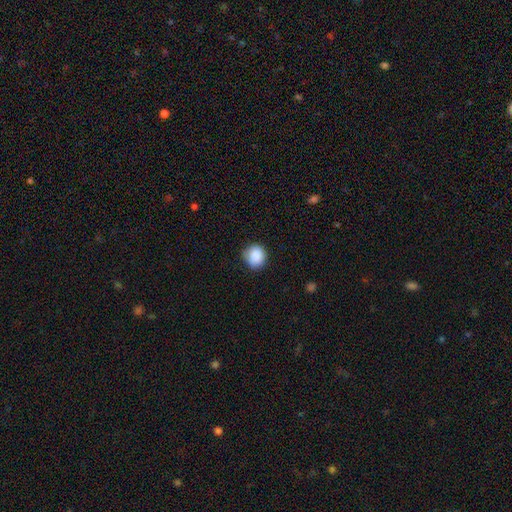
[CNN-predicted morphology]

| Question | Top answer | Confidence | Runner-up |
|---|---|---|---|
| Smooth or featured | smooth | 85% | star or artifact (9%) |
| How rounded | round | 84% | in between (15%) |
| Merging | none | 83% | minor disturbance (13%) |